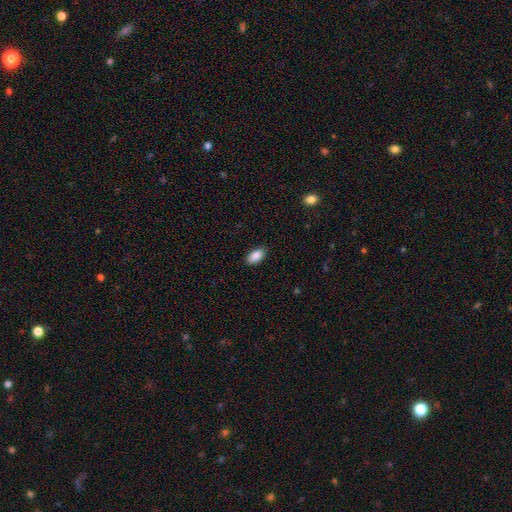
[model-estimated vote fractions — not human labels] A smooth galaxy with no disk features (89%) that is in between round and cigar-shaped (93%).

Vote fractions:
- Smooth or featured? smooth: 89% / star or artifact: 7% / featured or disk: 4%
- How rounded? in between: 93% / cigar-shaped: 4% / round: 3%
- Merging? none: 87% / minor disturbance: 10% / major disturbance: 2% / merger: 1%